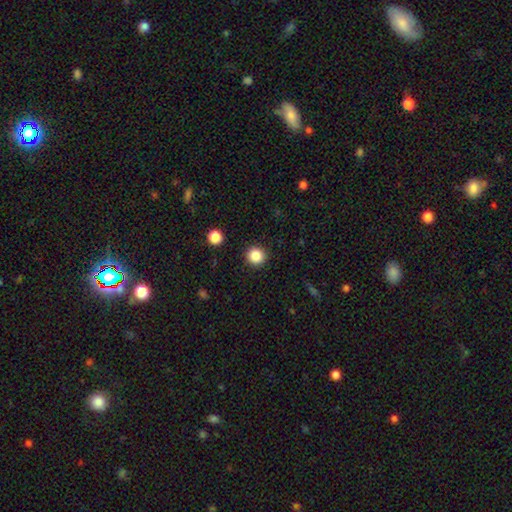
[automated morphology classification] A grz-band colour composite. It shows a smooth galaxy with no disk features (85%) that is round (94%). Merging: none (92%).